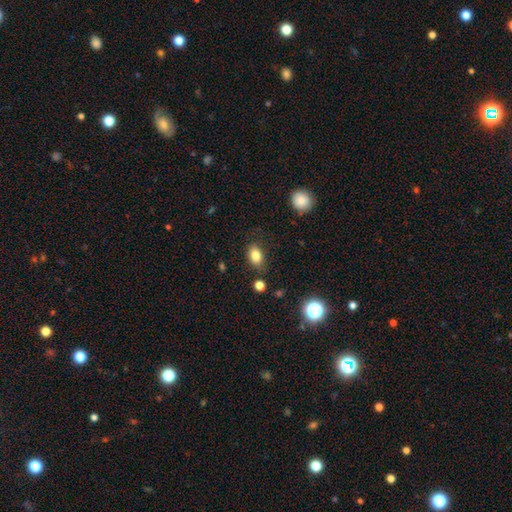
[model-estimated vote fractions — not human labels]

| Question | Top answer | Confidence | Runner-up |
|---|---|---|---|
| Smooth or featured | smooth | 82% | star or artifact (10%) |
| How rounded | in between | 80% | round (18%) |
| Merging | none | 79% | minor disturbance (14%) |